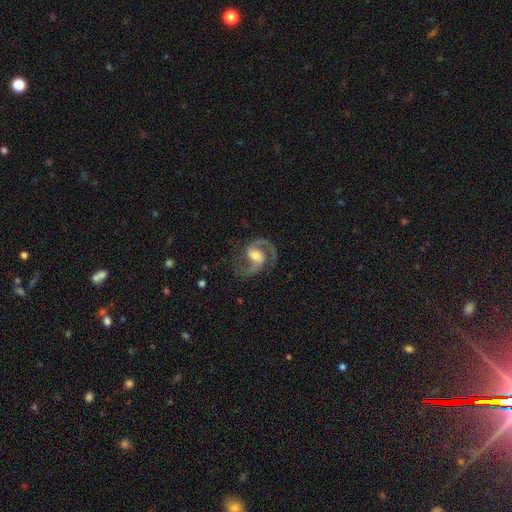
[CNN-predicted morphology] A featured or disk galaxy (92%) with a weak bar (42%), 2 (93%) medium (63%) spiral arms (98%) and a moderate central bulge (61%).

Vote fractions:
- Smooth or featured? featured or disk: 92% / star or artifact: 4% / smooth: 4%
- Edge-on disk? no: 98% / yes: 2%
- Bar? weak: 42% / no: 40% / strong: 18%
- Spiral arms? yes: 98% / no: 2%
- Spiral winding? medium: 63% / loose: 22% / tight: 15%
- Spiral arm count? 2: 93% / 1: 2% / 3: 2% / can't tell: 2% / 4: 1% / more than 4: 1%
- Bulge size? moderate: 61% / small: 28% / large: 8% / none: 2% / dominant: 1%
- Merging? none: 76% / minor disturbance: 14% / major disturbance: 8% / merger: 1%